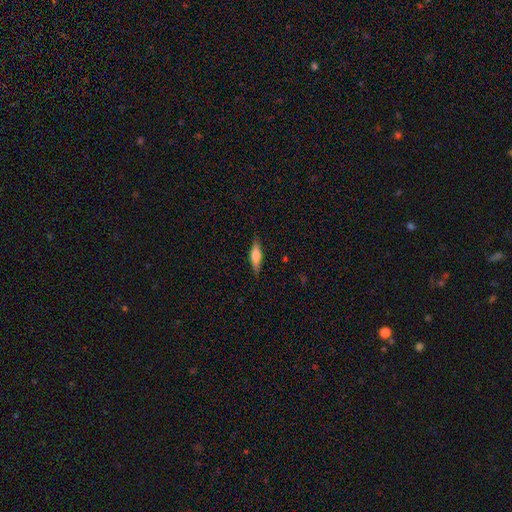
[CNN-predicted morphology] type=smooth (59%); roundness=cigar-shaped (62%); merging=none (86%).